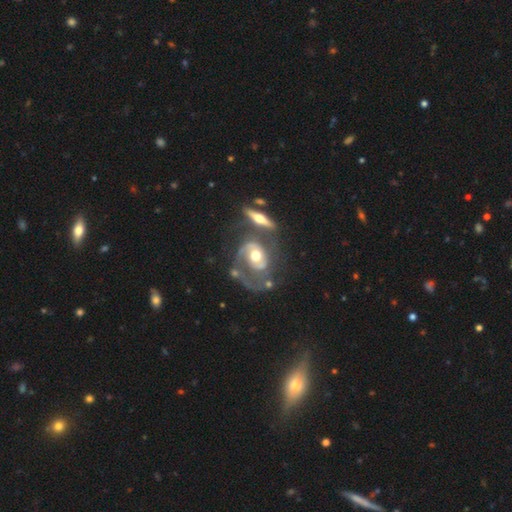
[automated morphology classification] A featured or disk galaxy (85%) with no bar (63%), 2 (51%) tight (41%) spiral arms (87%) and a moderate central bulge (68%). Merging: major disturbance (29%, tied with none).